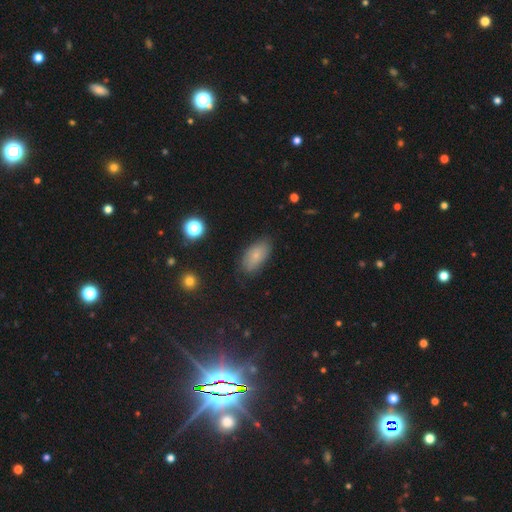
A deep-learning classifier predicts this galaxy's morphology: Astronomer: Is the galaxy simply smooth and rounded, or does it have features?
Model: smooth — 72%.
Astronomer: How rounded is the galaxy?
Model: in between — 90%.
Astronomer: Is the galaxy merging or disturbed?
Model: none — 77%.